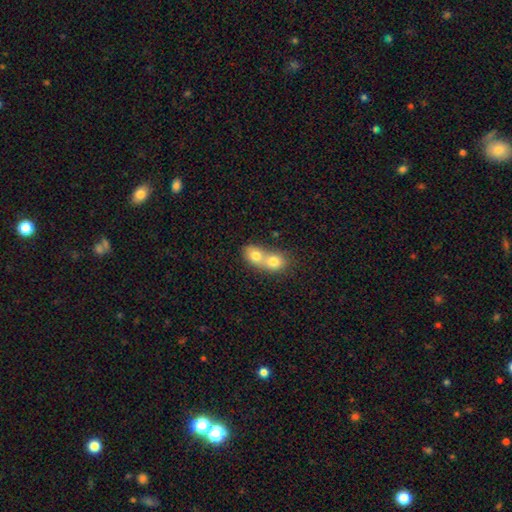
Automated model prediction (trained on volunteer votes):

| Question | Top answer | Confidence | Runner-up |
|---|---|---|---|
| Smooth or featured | smooth | 74% | featured or disk (17%) |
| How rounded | round | 52% | in between (46%) |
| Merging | merger | 76% | none (18%) |